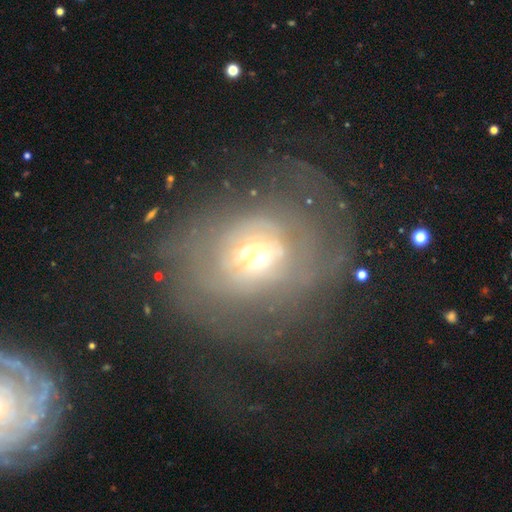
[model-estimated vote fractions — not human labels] A featured or disk galaxy (65%) with no bar (58%), spiral arms (55%) and a moderate central bulge (51%). Merging: none (46%).